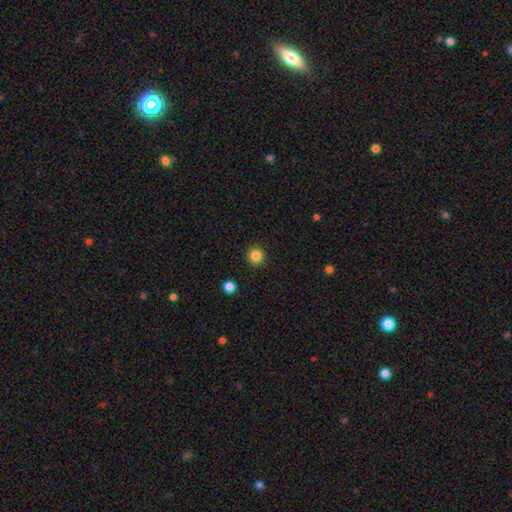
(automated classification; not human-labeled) smooth 85%, star or artifact 11%, featured or disk 4%. Down the decision tree: how rounded — round (93%); merging — none (92%).